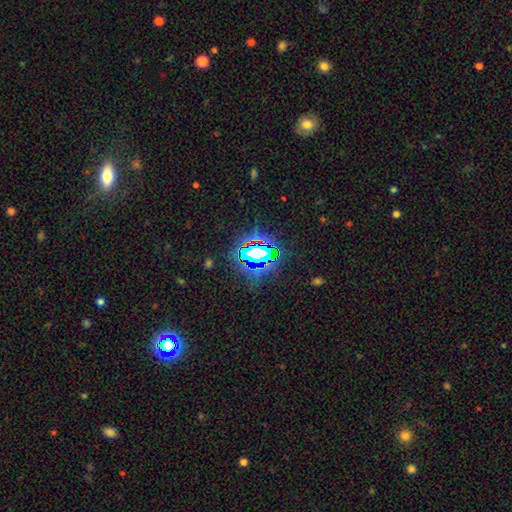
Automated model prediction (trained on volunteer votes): Smooth or featured: star or artifact — 69% (smooth — 18%)